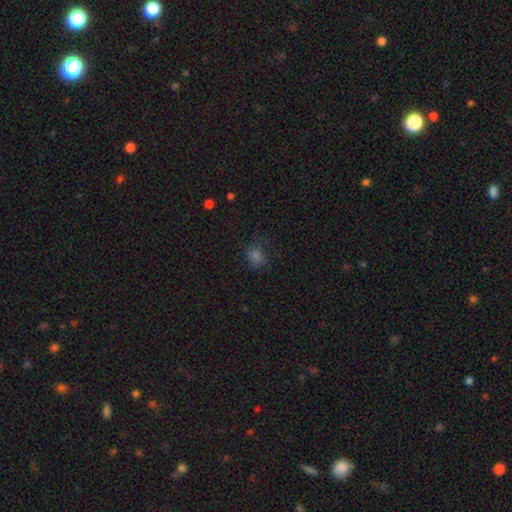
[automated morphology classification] smooth 70%, star or artifact 24%, featured or disk 6%. Down the decision tree: how rounded — round (66%); merging — none (68%).